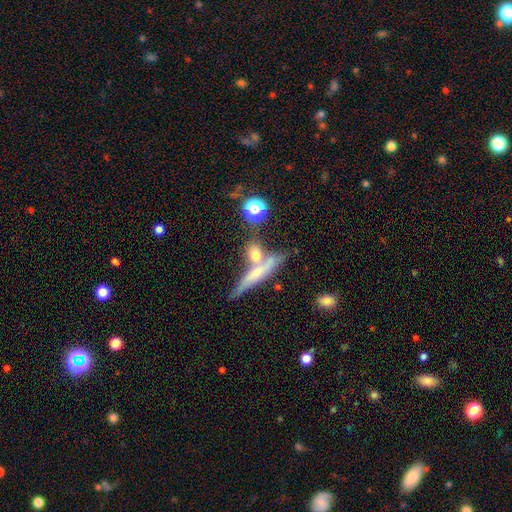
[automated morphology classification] Smooth or featured: smooth — 57% (featured or disk — 32%)
How rounded: cigar-shaped — 47% (in between — 27%)
Merging: none — 50% (merger — 33%)